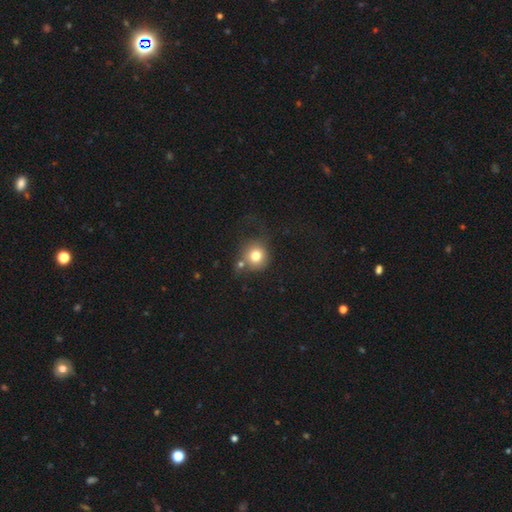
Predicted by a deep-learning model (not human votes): Smooth or featured?
  - smooth: 77% *
  - star or artifact: 12%
  - featured or disk: 11%
How rounded?
  - round: 90% *
  - in between: 9%
  - cigar-shaped: 1%
Merging?
  - none: 61% *
  - minor disturbance: 17%
  - merger: 12%
  - major disturbance: 10%